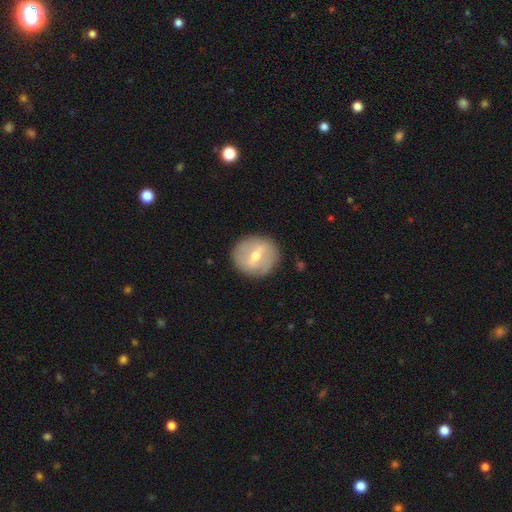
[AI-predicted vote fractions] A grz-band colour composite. It shows a featured or disk galaxy (56%) with a weak bar (46%), no spiral arms (69%) and a moderate central bulge (63%). Merging: none (88%).